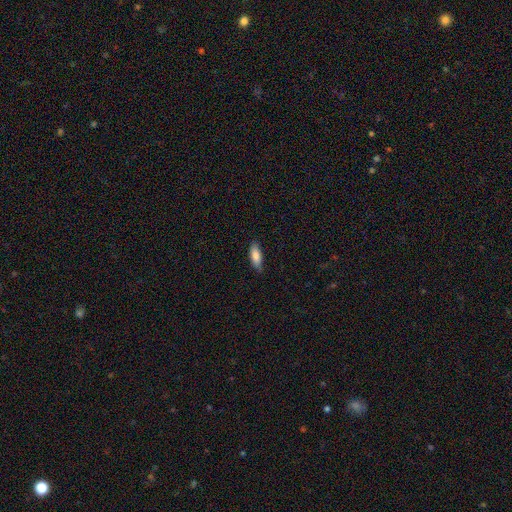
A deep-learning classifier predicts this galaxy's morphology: smooth 80%, featured or disk 14%, star or artifact 6%. Down the decision tree: how rounded — in between (61%); merging — none (82%).